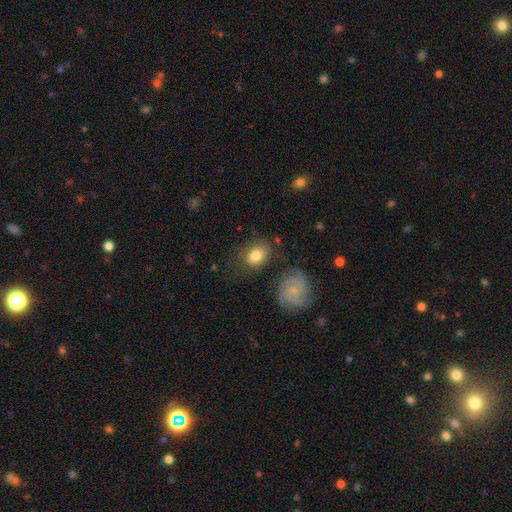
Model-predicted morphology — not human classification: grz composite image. It shows a smooth galaxy with no disk features (75%) that is in between round and cigar-shaped (59%). Merging: none (72%).